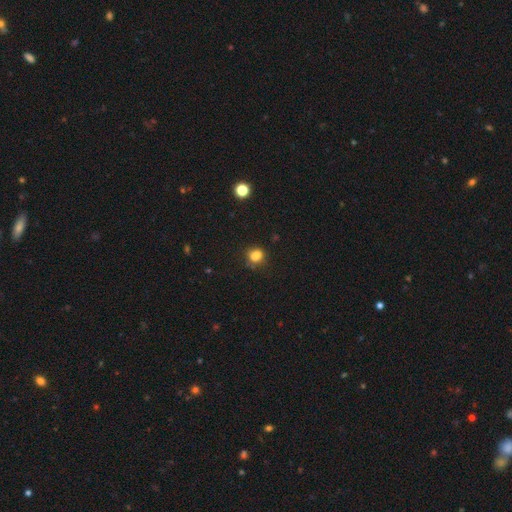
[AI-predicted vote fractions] smooth-or-featured: smooth: 78% | star or artifact: 14% | featured or disk: 8%
  how-rounded: round: 61% | in between: 38% | cigar-shaped: 1%
  merging: none: 58% | minor disturbance: 20% | merger: 15% | major disturbance: 7%